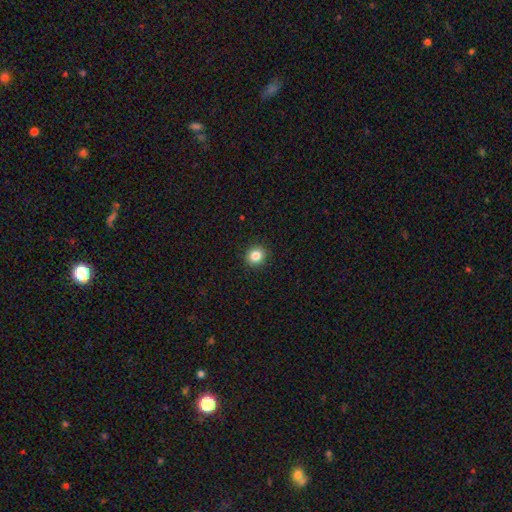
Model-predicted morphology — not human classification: Overall: smooth (85%). How rounded: round (88%). Merging: none (92%).